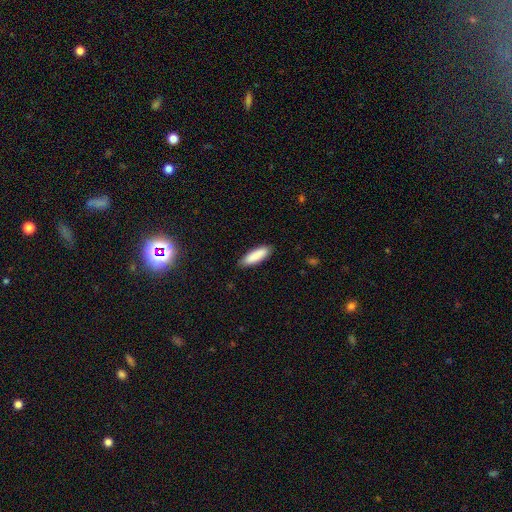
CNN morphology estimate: Smooth or featured: smooth — 89% (featured or disk — 6%)
How rounded: cigar-shaped — 51% (in between — 48%)
Merging: none — 86% (minor disturbance — 11%)